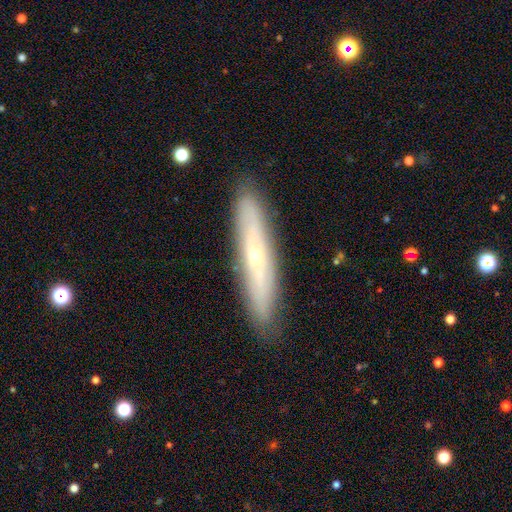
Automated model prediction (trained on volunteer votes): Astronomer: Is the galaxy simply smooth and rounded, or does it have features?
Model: featured or disk — 63%.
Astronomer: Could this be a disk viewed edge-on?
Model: yes — 64%.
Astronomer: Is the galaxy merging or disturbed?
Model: none — 87%.